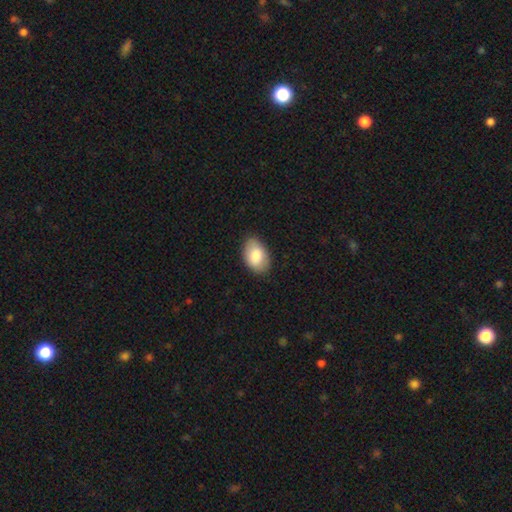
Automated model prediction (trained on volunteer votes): A smooth galaxy with no disk features (83%) that is in between round and cigar-shaped (91%). Merging: none (84%).